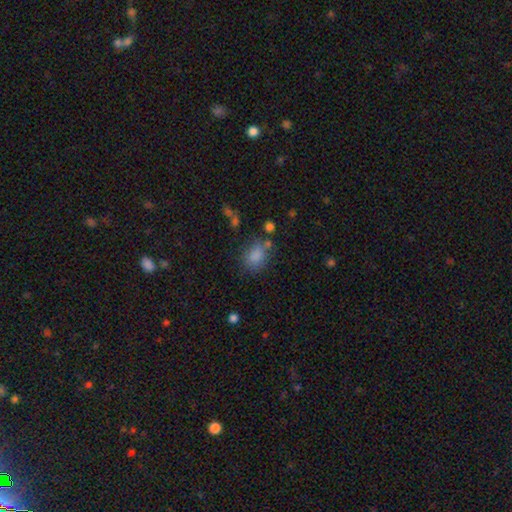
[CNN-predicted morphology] Overall: smooth (81%). How rounded: in between (62%; round 37%). Merging: none (64%).